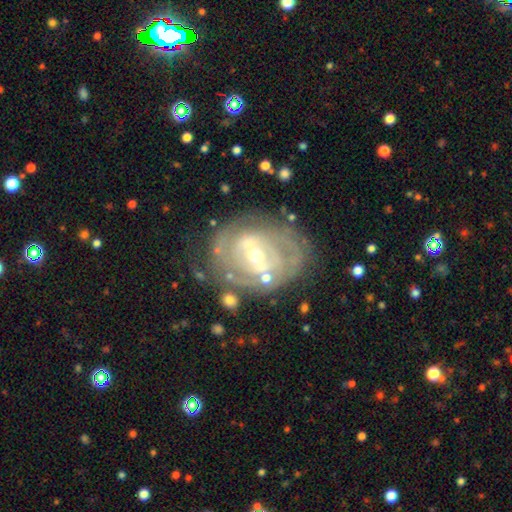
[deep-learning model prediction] featured or disk 84%, smooth 11%, star or artifact 6%. Down the decision tree: edge-on disk — no (96%); bar — weak (43%); spiral arms — yes (80%); spiral arm count — can't tell (41%); spiral winding — tight (66%); bulge size — moderate (49%); merging — none (69%).